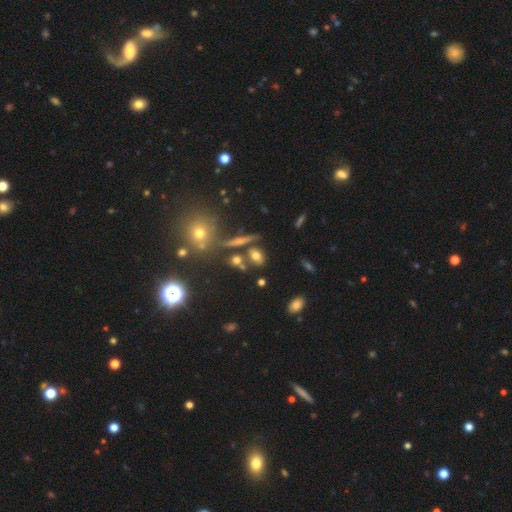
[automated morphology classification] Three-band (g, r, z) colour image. It shows a smooth galaxy with no disk features (67%) that is in between round and cigar-shaped (68%). Merging: none (63%).